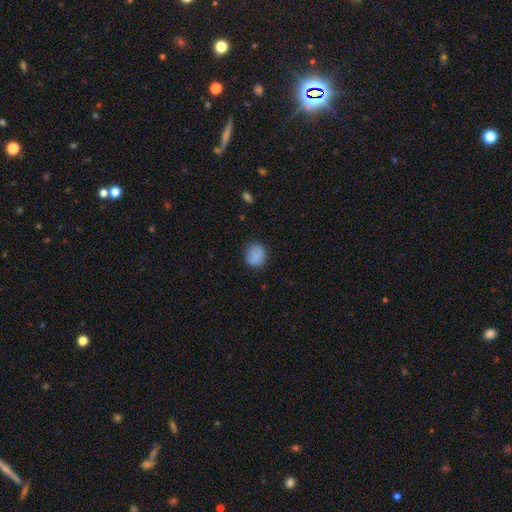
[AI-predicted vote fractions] This appears to be a smooth galaxy with no disk features (84%) that is round (73%). Merging: none (79%).